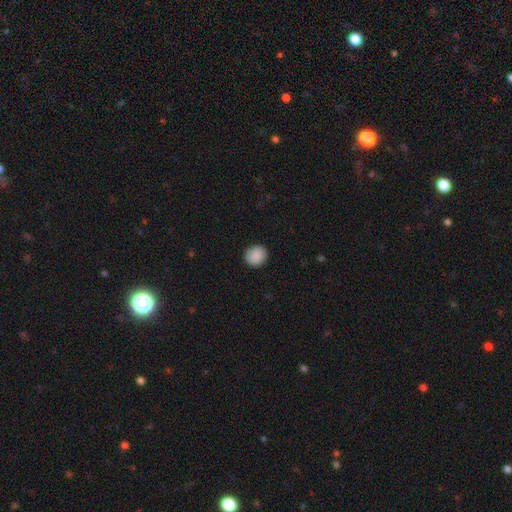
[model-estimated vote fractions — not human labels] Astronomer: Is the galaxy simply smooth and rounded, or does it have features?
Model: smooth — 89%.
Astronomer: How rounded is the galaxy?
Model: round — 86%.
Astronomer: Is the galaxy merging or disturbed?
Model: none — 90%.